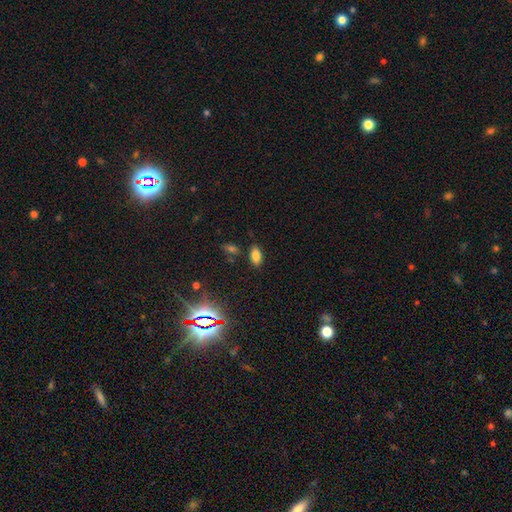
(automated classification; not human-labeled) Overall: smooth (79%). How rounded: in between (90%). Merging: none (83%).